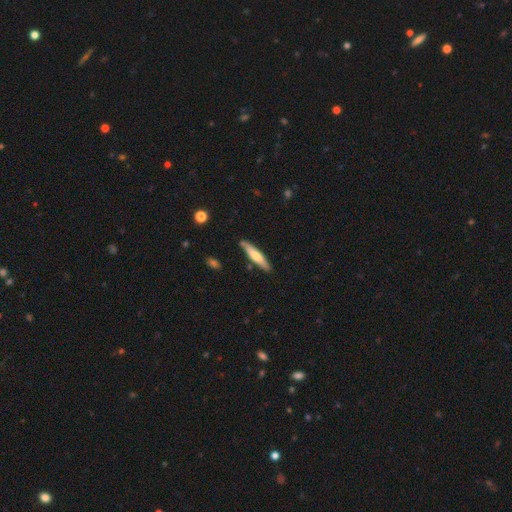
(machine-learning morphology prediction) The model was most divided on "smooth or featured": smooth: 58%, featured or disk: 37%, star or artifact: 5%. More confident: how rounded — cigar-shaped (87%); merging — none (84%).